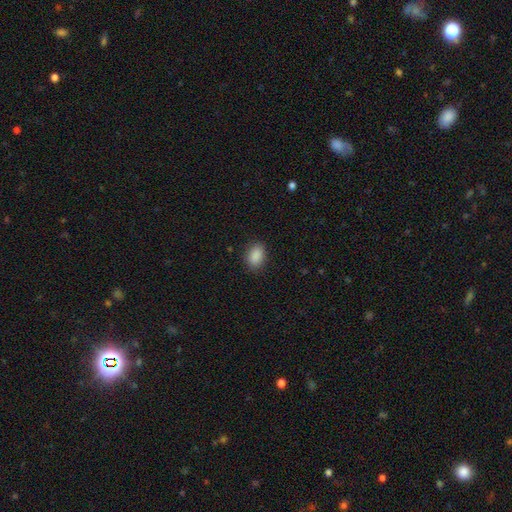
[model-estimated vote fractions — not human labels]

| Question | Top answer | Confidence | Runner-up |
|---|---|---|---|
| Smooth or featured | smooth | 89% | star or artifact (8%) |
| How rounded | in between | 85% | round (14%) |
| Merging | none | 85% | minor disturbance (11%) |